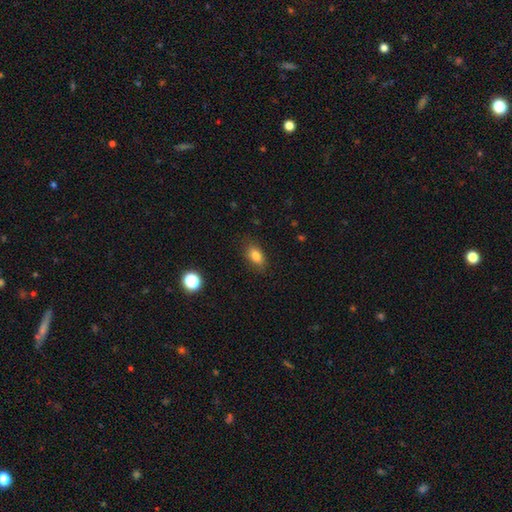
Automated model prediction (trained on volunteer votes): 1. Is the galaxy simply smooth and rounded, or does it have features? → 83% smooth, 10% star or artifact, 8% featured or disk.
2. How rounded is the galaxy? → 85% in between, 10% round, 5% cigar-shaped.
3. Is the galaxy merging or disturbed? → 84% none, 12% minor disturbance, 3% major disturbance, 1% merger.